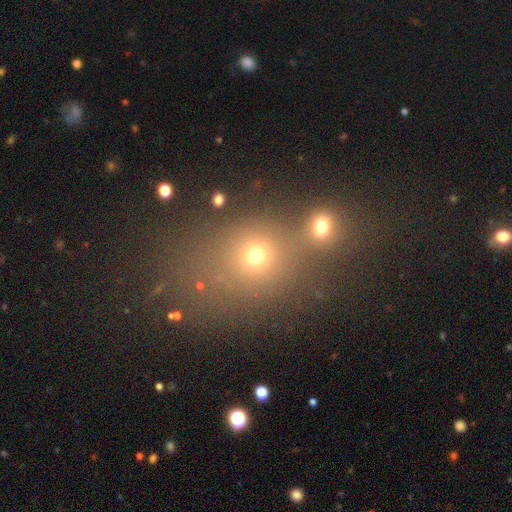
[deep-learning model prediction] smooth 65%, star or artifact 23%, featured or disk 12%. Down the decision tree: how rounded — round (66%); merging — none (45%).